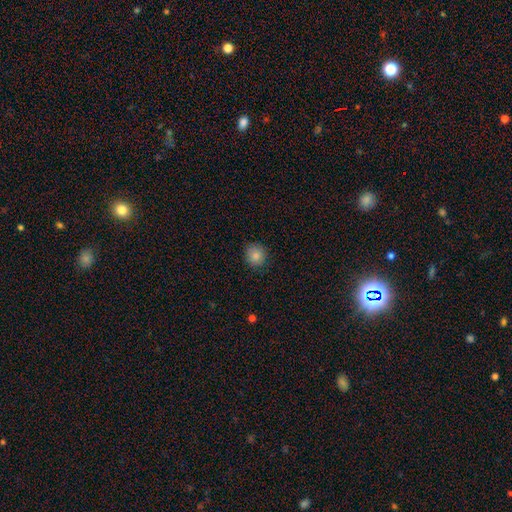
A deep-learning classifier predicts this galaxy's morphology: Smooth or featured? Predicted: smooth (p=0.84). How rounded? Predicted: round (p=0.88). Merging? Predicted: none (p=0.89).